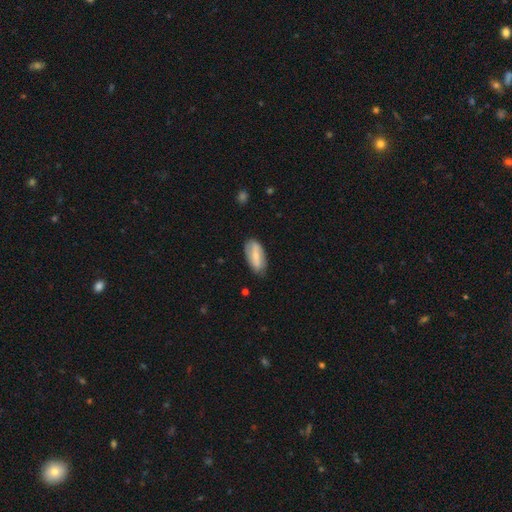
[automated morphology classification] smooth-or-featured: smooth: 60% | featured or disk: 34% | star or artifact: 6%
  how-rounded: in between: 84% | cigar-shaped: 14% | round: 2%
  merging: none: 75% | minor disturbance: 20% | major disturbance: 4% | merger: 1%